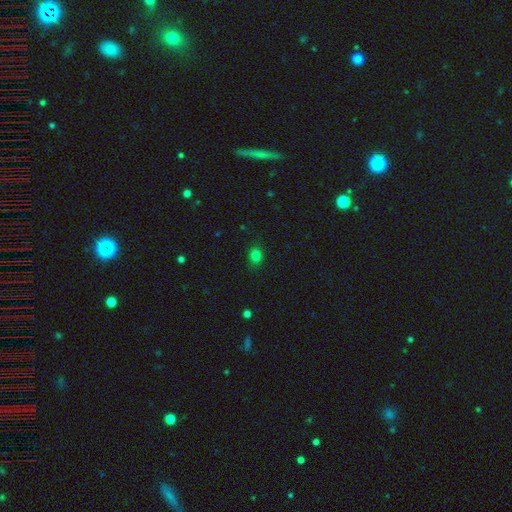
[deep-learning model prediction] smooth_or_featured: smooth (p=0.80) [alt: star or artifact p=0.15]
how_rounded: in between (p=0.52) [alt: round p=0.47]
merging: none (p=0.85) [alt: minor disturbance p=0.11]